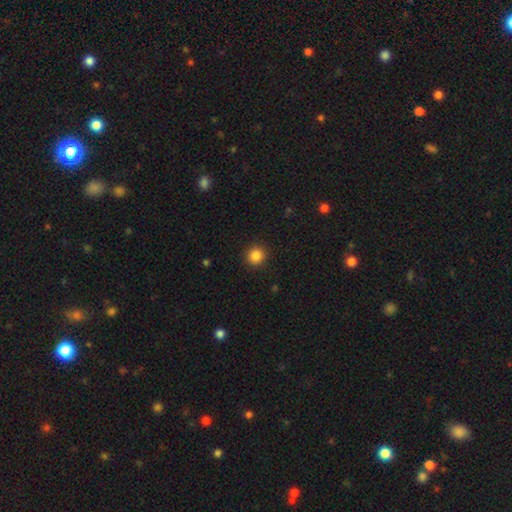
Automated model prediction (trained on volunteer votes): A smooth galaxy with no disk features (86%) that is round (93%). Merging: none (91%).